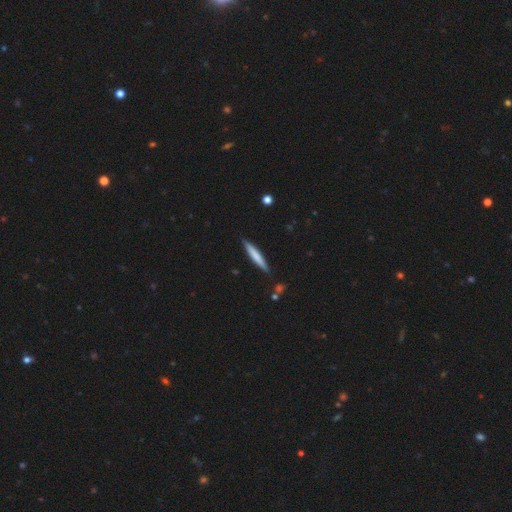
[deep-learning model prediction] Smooth or featured?
  - smooth: 66% *
  - featured or disk: 28%
  - star or artifact: 5%
How rounded?
  - cigar-shaped: 94% *
  - in between: 5%
  - round: 1%
Merging?
  - none: 89% *
  - minor disturbance: 8%
  - merger: 2%
  - major disturbance: 2%